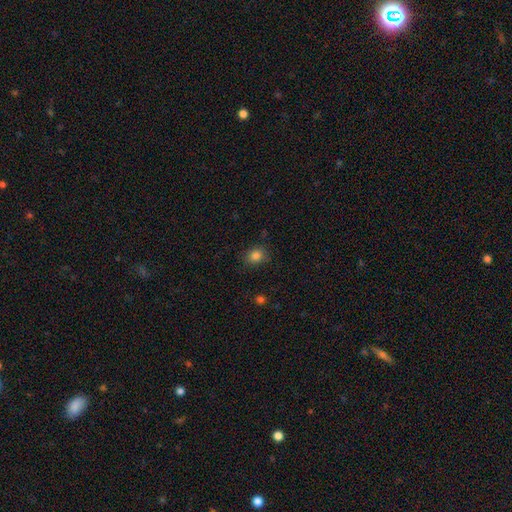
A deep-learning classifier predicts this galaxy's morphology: A smooth galaxy with no disk features (83%) that is round (61%).

Vote fractions:
- Smooth or featured? smooth: 83% / star or artifact: 12% / featured or disk: 5%
- How rounded? round: 61% / in between: 38% / cigar-shaped: 1%
- Merging? none: 81% / minor disturbance: 14% / major disturbance: 4% / merger: 1%